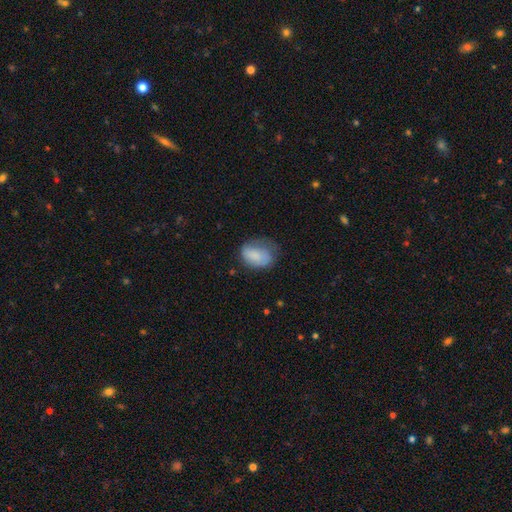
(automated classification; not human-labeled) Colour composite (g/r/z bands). It shows a smooth galaxy with no disk features (77%) that is in between round and cigar-shaped (76%). Merging: none (41%).